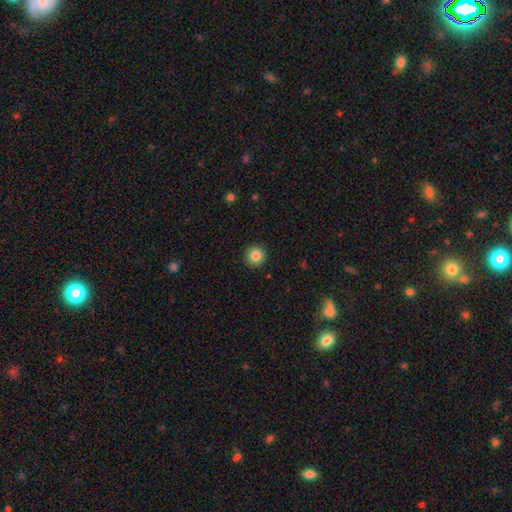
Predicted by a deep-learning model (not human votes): Smooth or featured?
  - smooth: 84% *
  - star or artifact: 10%
  - featured or disk: 6%
How rounded?
  - round: 95% *
  - in between: 4%
  - cigar-shaped: 1%
Merging?
  - none: 92% *
  - minor disturbance: 5%
  - major disturbance: 2%
  - merger: 1%